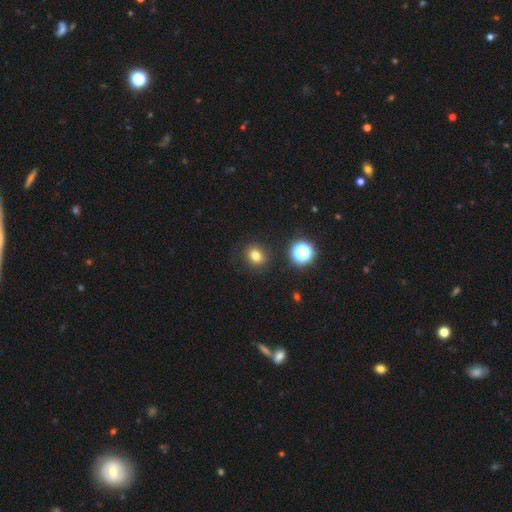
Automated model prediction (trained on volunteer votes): This appears to be a smooth galaxy with no disk features (78%) that is round (70%). Merging: none (87%).